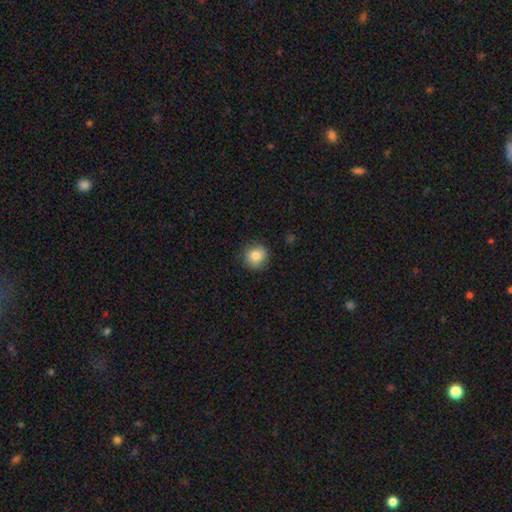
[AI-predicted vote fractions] smooth_or_featured: smooth (p=0.81) [alt: star or artifact p=0.09]
how_rounded: round (p=0.89) [alt: in between p=0.10]
merging: none (p=0.85) [alt: minor disturbance p=0.11]